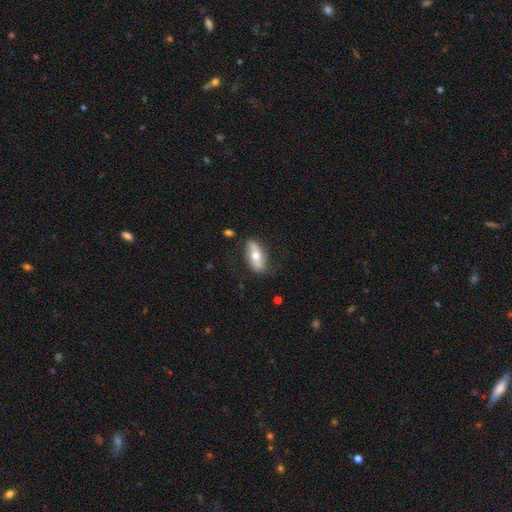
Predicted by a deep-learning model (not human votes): The model was most divided on "smooth or featured": featured or disk: 48%, smooth: 46%, star or artifact: 6%. More confident: merging — none (77%).